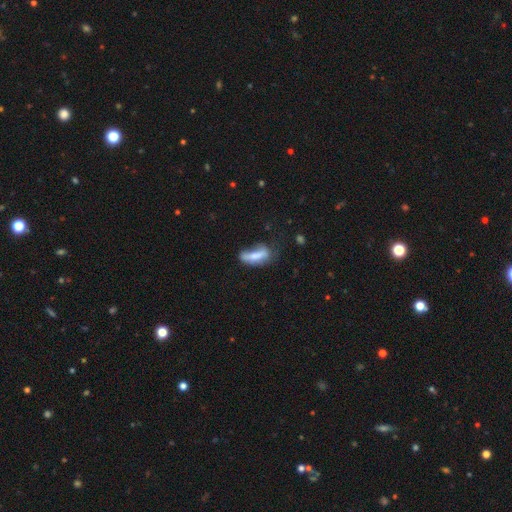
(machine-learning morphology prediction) This appears to be a smooth galaxy with no disk features (61%) that is in between round and cigar-shaped (55%). Merging: none (33%).